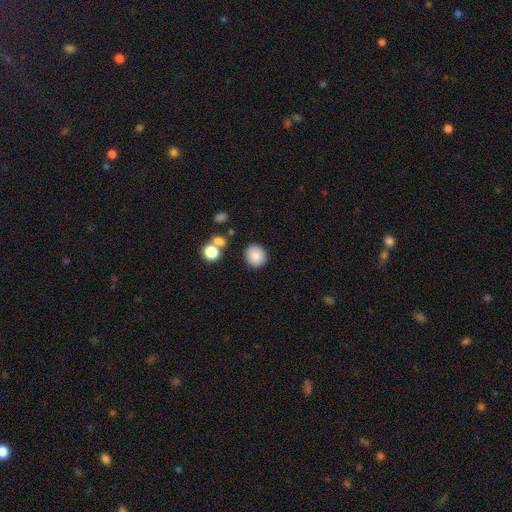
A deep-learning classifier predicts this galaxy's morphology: Smooth or featured? Predicted: smooth (p=0.86). How rounded? Predicted: round (p=0.80). Merging? Predicted: none (p=0.85).